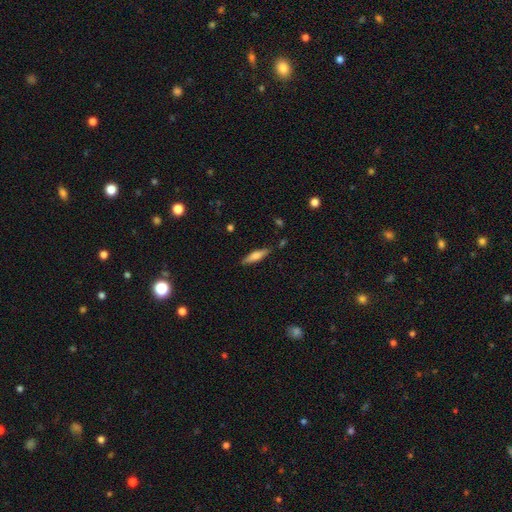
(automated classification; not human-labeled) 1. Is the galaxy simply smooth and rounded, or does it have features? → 57% smooth, 36% featured or disk, 6% star or artifact.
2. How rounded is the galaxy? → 72% cigar-shaped, 26% in between, 2% round.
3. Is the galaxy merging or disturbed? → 85% none, 11% minor disturbance, 2% major disturbance, 2% merger.